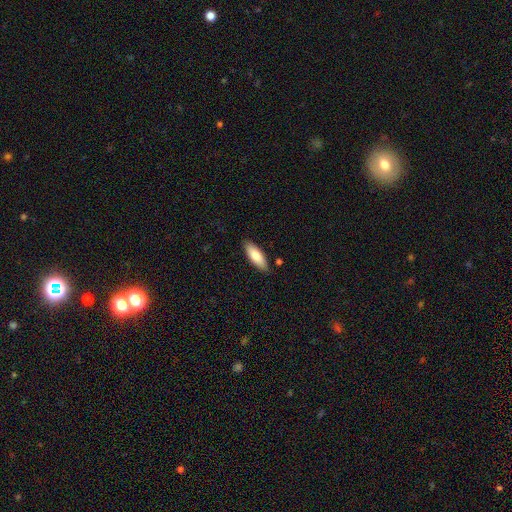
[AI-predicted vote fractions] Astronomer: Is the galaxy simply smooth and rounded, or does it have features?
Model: smooth — 81%.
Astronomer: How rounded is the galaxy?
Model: in between — 65%.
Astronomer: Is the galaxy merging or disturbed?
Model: none — 86%.